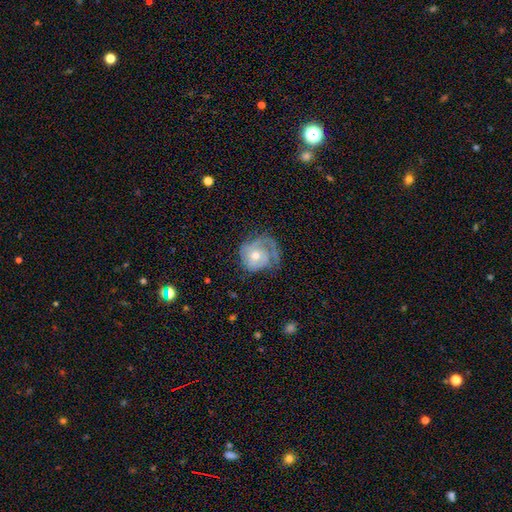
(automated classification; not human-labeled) smooth-or-featured: featured or disk: 64% | smooth: 29% | star or artifact: 7%
  disk-edge-on: no: 97% | yes: 3%
    bar: no: 79% | weak: 18% | strong: 3%
    has-spiral-arms: yes: 79% | no: 21%
    bulge-size: moderate: 63% | small: 30% | large: 4% | none: 1% | dominant: 1%
  merging: none: 45% | minor disturbance: 27% | major disturbance: 26% | merger: 2%